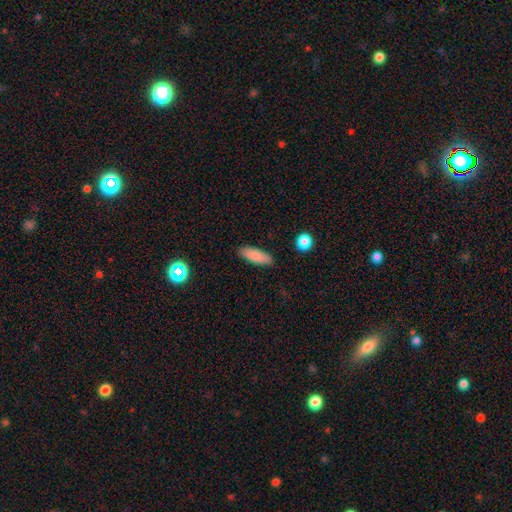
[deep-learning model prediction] Morphology: type=smooth (85%); roundness=in between (62%); merging=none (88%).